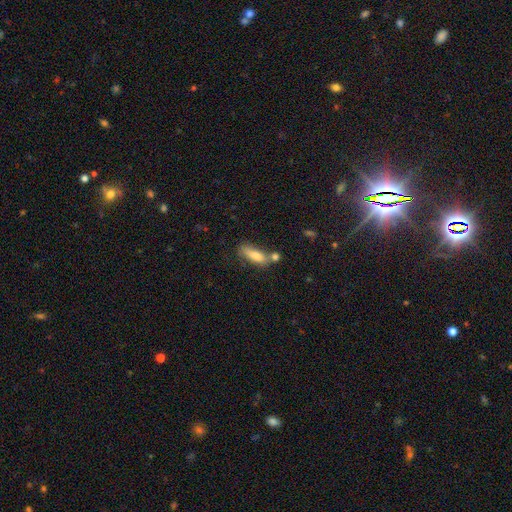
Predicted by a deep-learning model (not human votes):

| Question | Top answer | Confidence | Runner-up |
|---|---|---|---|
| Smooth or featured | smooth | 76% | featured or disk (15%) |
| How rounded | in between | 55% | cigar-shaped (43%) |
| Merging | none | 45% | merger (26%) |